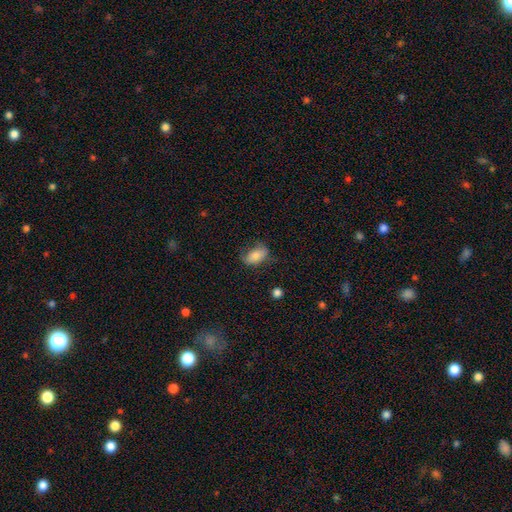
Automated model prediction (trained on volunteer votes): Smooth or featured: smooth — 78% (featured or disk — 14%)
How rounded: in between — 90% (round — 6%)
Merging: none — 59% (minor disturbance — 28%)